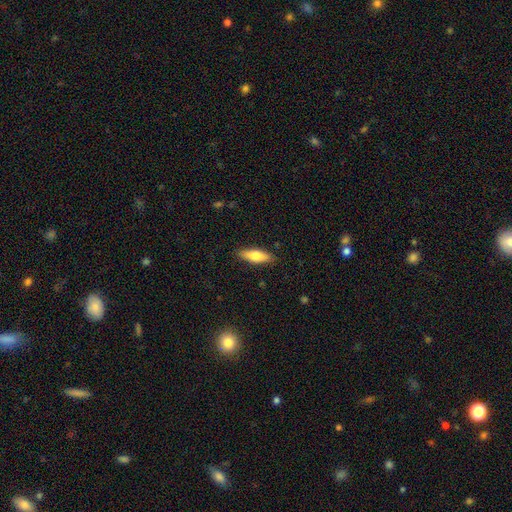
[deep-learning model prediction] Smooth or featured? Predicted: smooth (p=0.70). How rounded? Predicted: in between (p=0.52). Merging? Predicted: none (p=0.87).